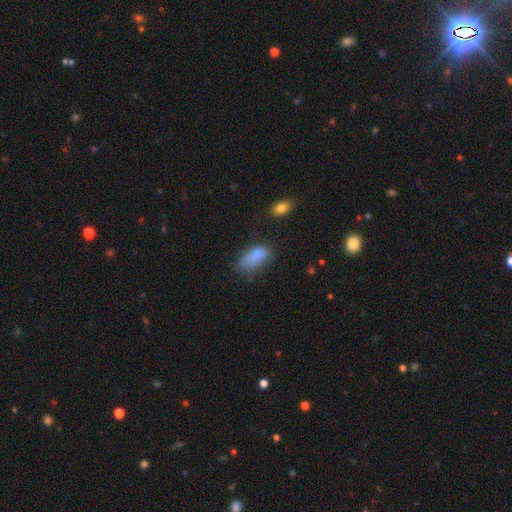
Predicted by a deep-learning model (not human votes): smooth-or-featured: smooth: 78% | featured or disk: 12% | star or artifact: 10%
  how-rounded: in between: 89% | cigar-shaped: 7% | round: 4%
  merging: none: 49% | minor disturbance: 29% | major disturbance: 15% | merger: 7%